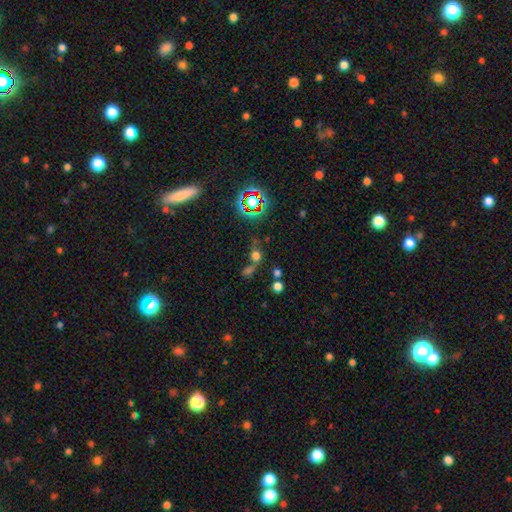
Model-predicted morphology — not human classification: Smooth or featured: smooth — 59% (star or artifact — 29%)
How rounded: round — 65% (in between — 31%)
Merging: merger — 43% (none — 39%)